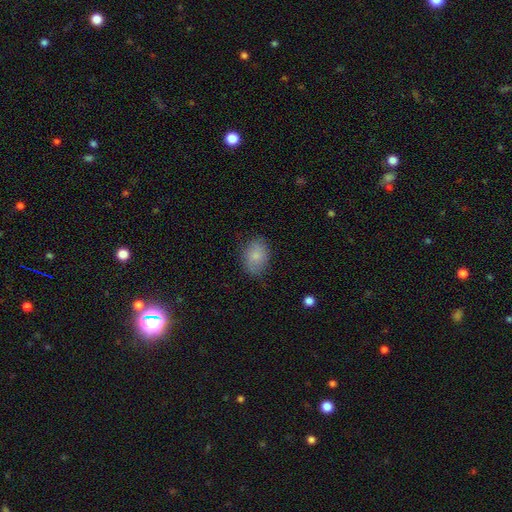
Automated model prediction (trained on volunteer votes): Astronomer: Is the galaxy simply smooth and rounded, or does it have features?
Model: smooth — 81%.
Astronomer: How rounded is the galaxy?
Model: in between — 78%.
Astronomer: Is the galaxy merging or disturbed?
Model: none — 77%.